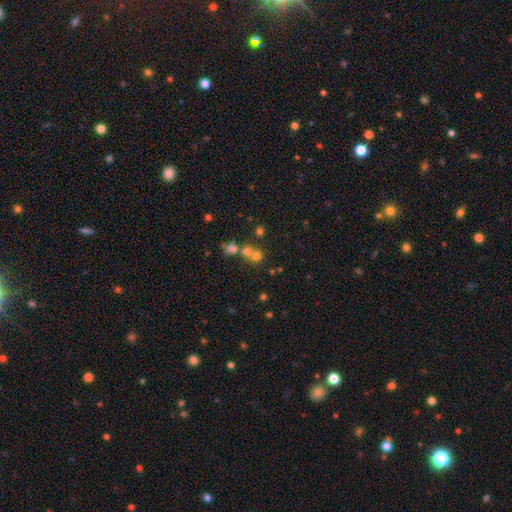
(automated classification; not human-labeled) This appears to be a smooth galaxy with no disk features (61%) that is round (85%). Merging: merger (47%).